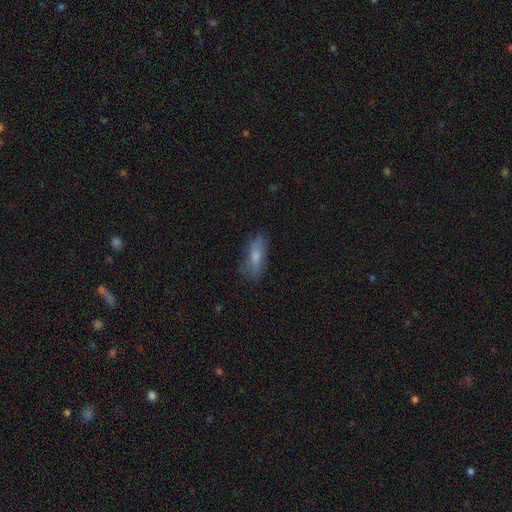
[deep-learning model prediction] Smooth or featured? Predicted: smooth (p=0.68). How rounded? Predicted: in between (p=0.68). Merging? Predicted: none (p=0.72).